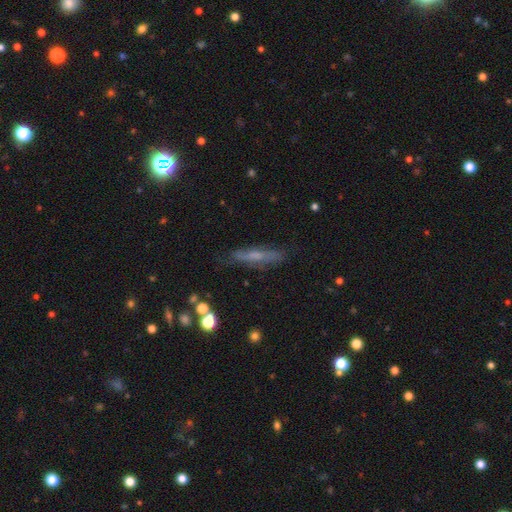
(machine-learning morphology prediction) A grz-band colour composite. It shows a featured or disk galaxy (46%). Merging: none (76%).